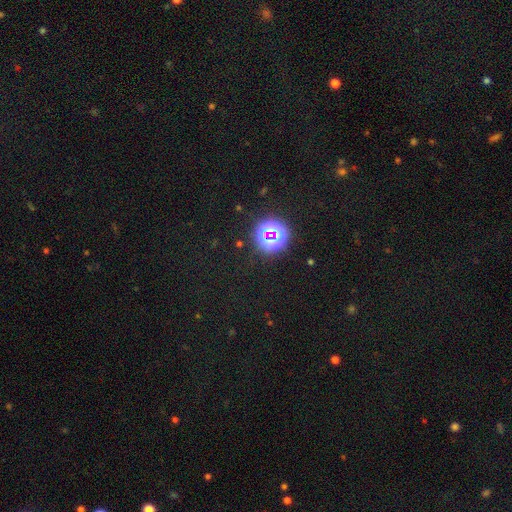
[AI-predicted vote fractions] Overall: star or artifact (77%).